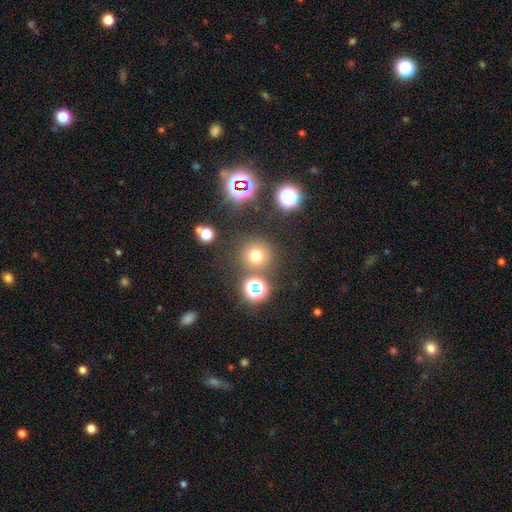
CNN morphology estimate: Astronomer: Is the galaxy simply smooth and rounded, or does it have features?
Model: smooth — 66%.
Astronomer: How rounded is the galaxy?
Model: round — 93%.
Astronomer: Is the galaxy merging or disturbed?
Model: none — 81%.